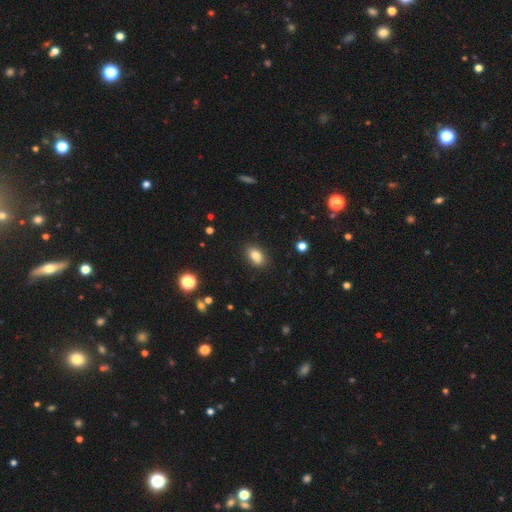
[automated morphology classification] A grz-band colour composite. It shows a smooth galaxy with no disk features (82%) that is in between round and cigar-shaped (84%). Merging: none (86%).